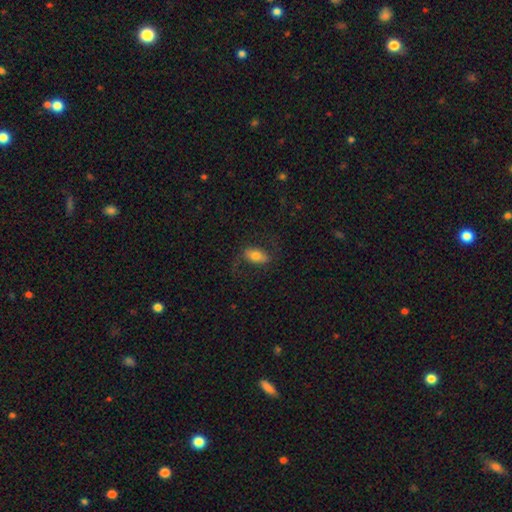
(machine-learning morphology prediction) A smooth galaxy with no disk features (60%) that is in between round and cigar-shaped (89%).

Vote fractions:
- Smooth or featured? smooth: 60% / featured or disk: 32% / star or artifact: 8%
- How rounded? in between: 89% / round: 6% / cigar-shaped: 5%
- Merging? none: 70% / minor disturbance: 16% / major disturbance: 13% / merger: 2%